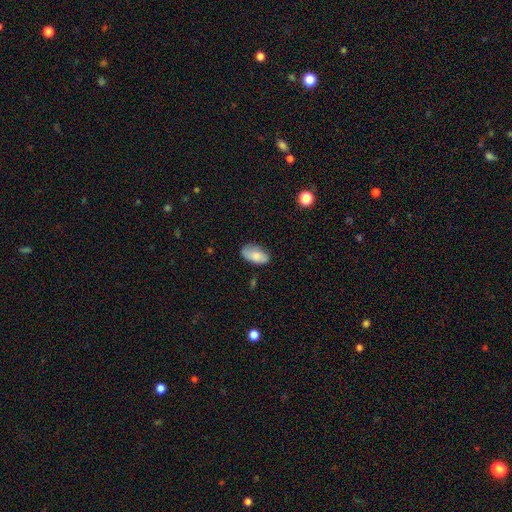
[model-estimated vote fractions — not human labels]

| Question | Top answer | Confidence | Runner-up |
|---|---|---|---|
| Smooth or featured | smooth | 80% | featured or disk (13%) |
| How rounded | in between | 94% | round (3%) |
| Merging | none | 71% | minor disturbance (23%) |